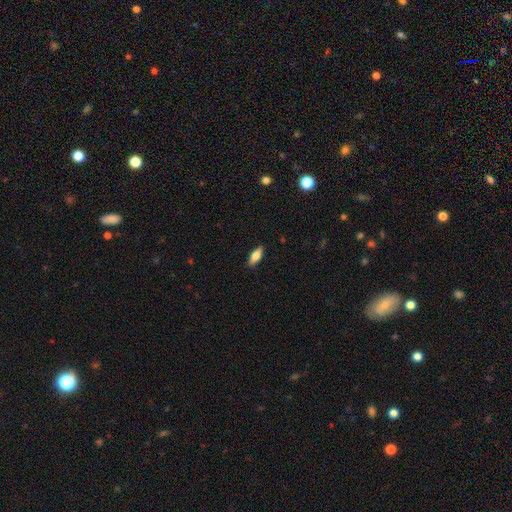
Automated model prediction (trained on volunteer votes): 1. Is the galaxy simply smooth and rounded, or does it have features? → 69% smooth, 24% featured or disk, 7% star or artifact.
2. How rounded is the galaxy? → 77% in between, 21% cigar-shaped, 3% round.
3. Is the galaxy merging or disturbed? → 88% none, 9% minor disturbance, 2% major disturbance, 1% merger.